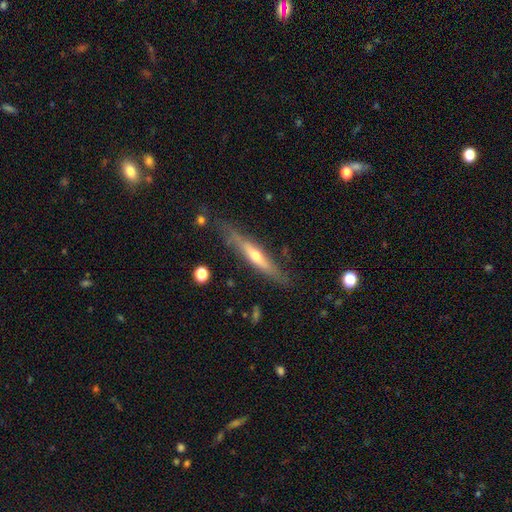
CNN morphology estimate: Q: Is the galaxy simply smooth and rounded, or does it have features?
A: featured or disk — 60%.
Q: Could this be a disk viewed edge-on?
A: yes — 90%.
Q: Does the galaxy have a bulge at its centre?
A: rounded — 73%.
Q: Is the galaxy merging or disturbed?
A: none — 77%.